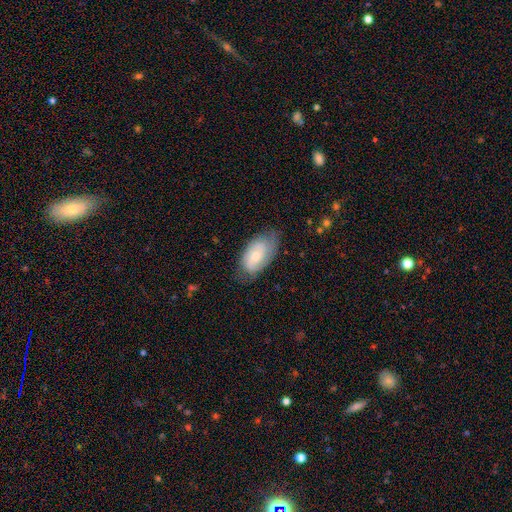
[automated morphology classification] A featured or disk galaxy (48%).

Vote fractions:
- Smooth or featured? featured or disk: 48% / smooth: 45% / star or artifact: 7%
- Merging? none: 65% / minor disturbance: 27% / major disturbance: 7% / merger: 1%